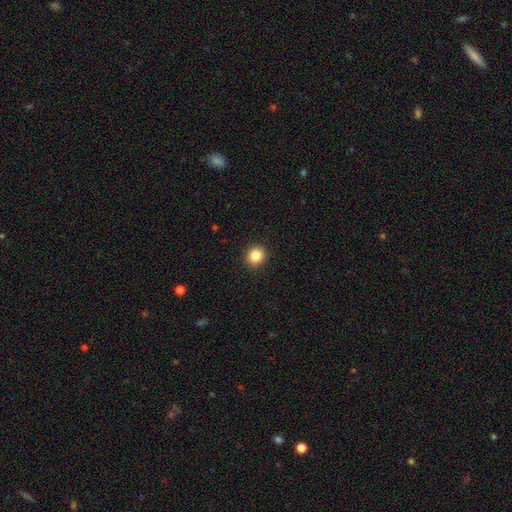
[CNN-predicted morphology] type=smooth (85%); roundness=round (88%); merging=none (93%).